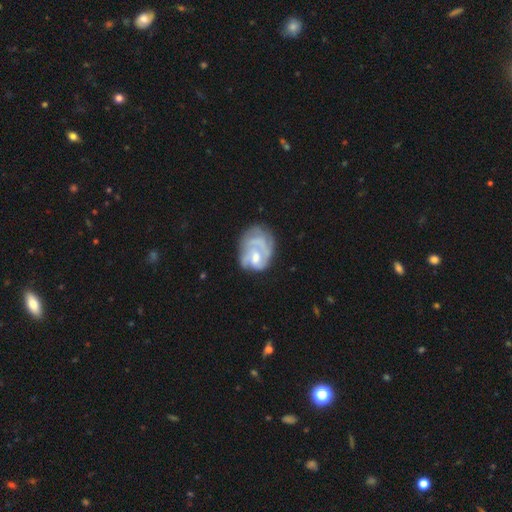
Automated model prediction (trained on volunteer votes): A featured or disk galaxy (68%) with no bar (54%), tight (41%) spiral arms (75%) and a moderate central bulge (49%).

Vote fractions:
- Smooth or featured? featured or disk: 68% / smooth: 25% / star or artifact: 7%
- Edge-on disk? no: 98% / yes: 2%
- Bar? no: 54% / weak: 38% / strong: 8%
- Spiral arms? yes: 75% / no: 25%
- Spiral winding? tight: 41% / medium: 38% / loose: 21%
- Spiral arm count? can't tell: 33% / 2: 28% / 3: 18% / 1: 13% / 4: 4% / more than 4: 3%
- Bulge size? moderate: 49% / small: 31% / none: 13% / large: 7% / dominant: 1%
- Merging? none: 38% / major disturbance: 30% / minor disturbance: 27% / merger: 5%